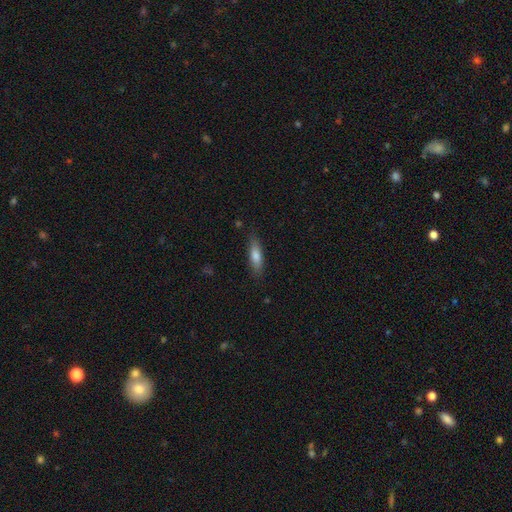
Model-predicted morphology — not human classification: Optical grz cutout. It shows a smooth galaxy with no disk features (71%) that is cigar-shaped (61%). Merging: none (83%).